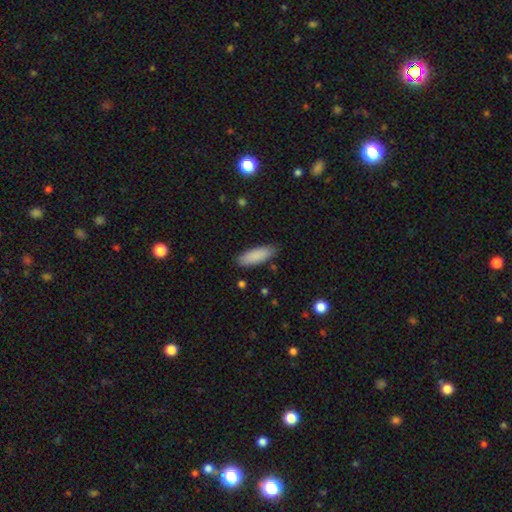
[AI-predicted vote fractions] smooth-or-featured: smooth: 88% | star or artifact: 6% | featured or disk: 6%
  how-rounded: in between: 60% | cigar-shaped: 38% | round: 1%
  merging: none: 84% | minor disturbance: 12% | major disturbance: 2% | merger: 2%